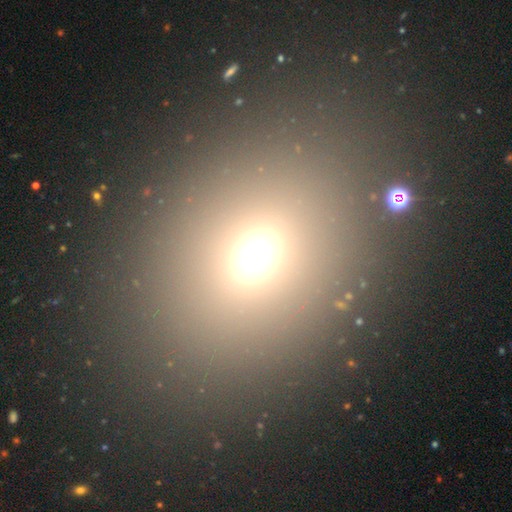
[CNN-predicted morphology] This is likely a smooth galaxy (67%). How rounded: possibly round (51%). Merging: clearly none (82%).